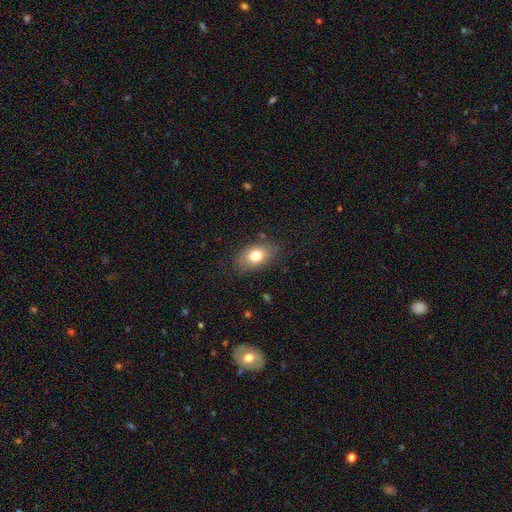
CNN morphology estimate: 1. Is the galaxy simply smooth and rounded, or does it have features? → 77% smooth, 14% featured or disk, 9% star or artifact.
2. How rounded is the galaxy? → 85% in between, 14% round, 2% cigar-shaped.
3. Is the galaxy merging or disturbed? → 80% none, 15% minor disturbance, 4% major disturbance, 1% merger.